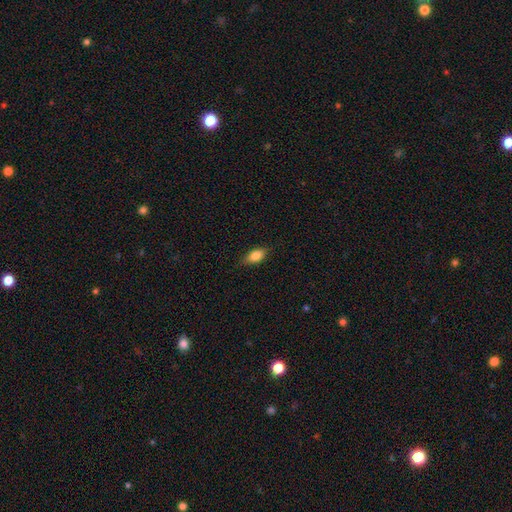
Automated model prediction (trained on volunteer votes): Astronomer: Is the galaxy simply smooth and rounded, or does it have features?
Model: smooth — 81%.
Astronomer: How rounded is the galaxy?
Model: in between — 85%.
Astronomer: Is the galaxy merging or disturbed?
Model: none — 82%.